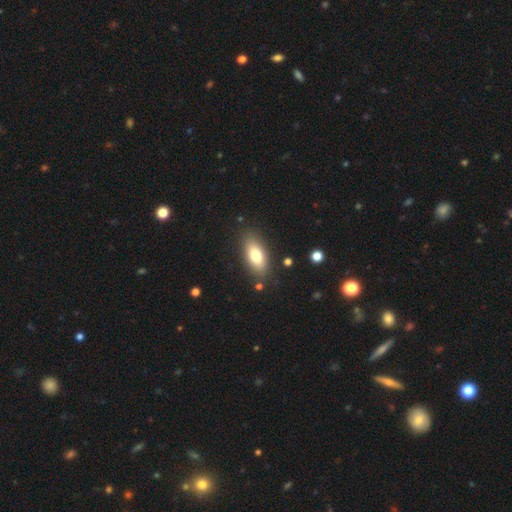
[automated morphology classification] smooth_or_featured: smooth (p=0.76) [alt: featured or disk p=0.17]
how_rounded: in between (p=0.85) [alt: cigar-shaped p=0.12]
merging: none (p=0.84) [alt: minor disturbance p=0.10]